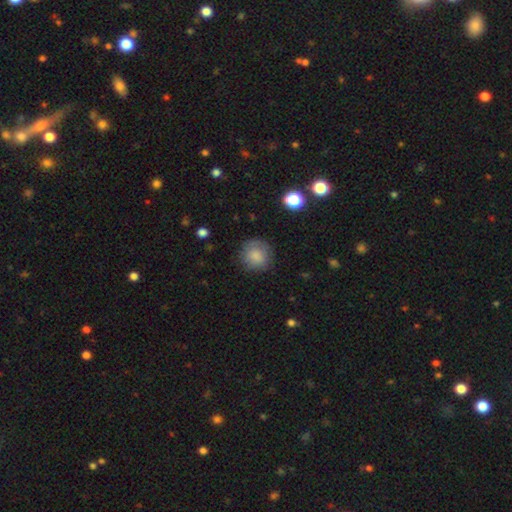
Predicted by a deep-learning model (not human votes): A smooth galaxy with no disk features (81%) that is round (90%).

Vote fractions:
- Smooth or featured? smooth: 81% / featured or disk: 10% / star or artifact: 9%
- How rounded? round: 90% / in between: 9% / cigar-shaped: 1%
- Merging? none: 77% / minor disturbance: 16% / major disturbance: 6% / merger: 1%